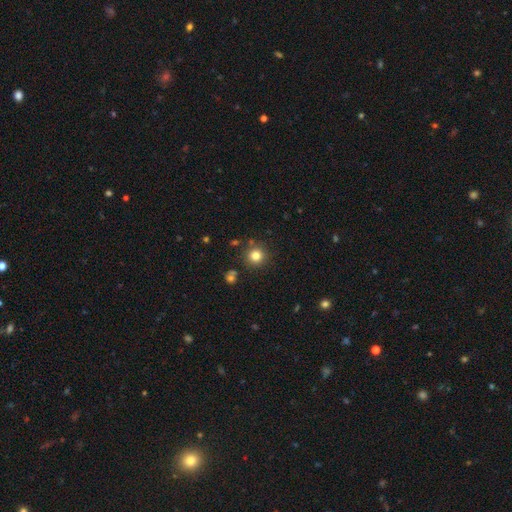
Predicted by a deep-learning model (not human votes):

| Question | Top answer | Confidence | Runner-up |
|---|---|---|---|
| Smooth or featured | smooth | 80% | star or artifact (14%) |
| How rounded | round | 93% | in between (6%) |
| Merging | none | 86% | minor disturbance (8%) |